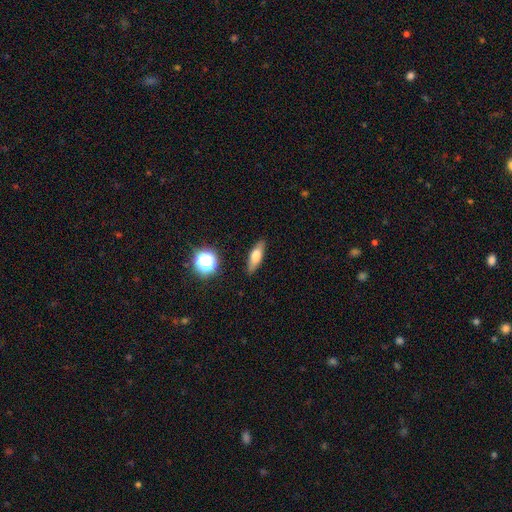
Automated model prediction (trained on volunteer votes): Smooth or featured? smooth (61%)
How rounded? in between (52%)
Merging? none (86%)